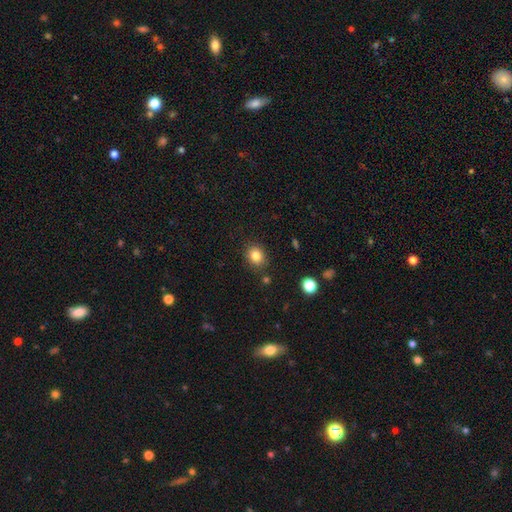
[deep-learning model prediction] Morphology: type=smooth (83%); roundness=round (64%); merging=none (85%).